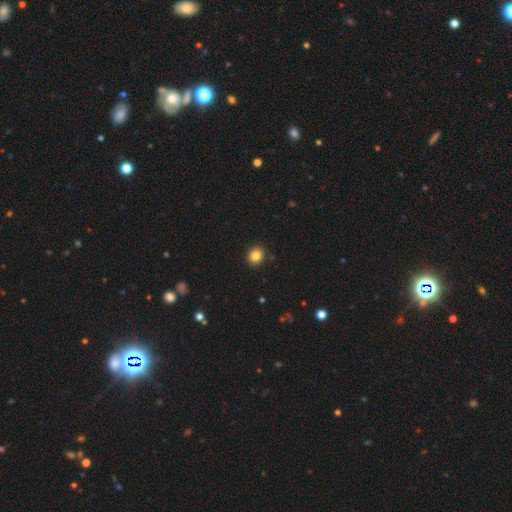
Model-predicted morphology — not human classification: smooth_or_featured: smooth (p=0.84) [alt: star or artifact p=0.11]
how_rounded: round (p=0.81) [alt: in between p=0.18]
merging: none (p=0.92) [alt: minor disturbance p=0.06]